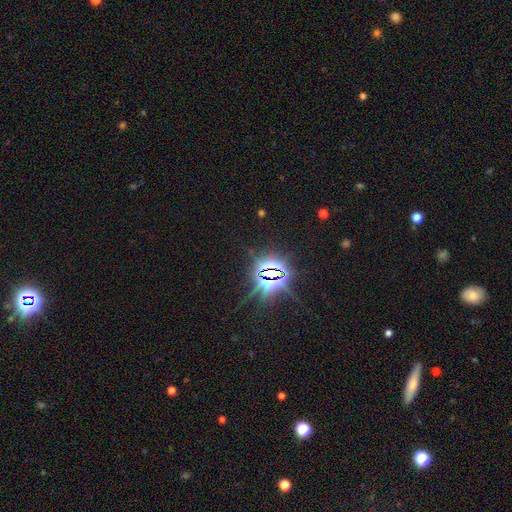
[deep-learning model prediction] Smooth or featured? Predicted: star or artifact (p=0.84).